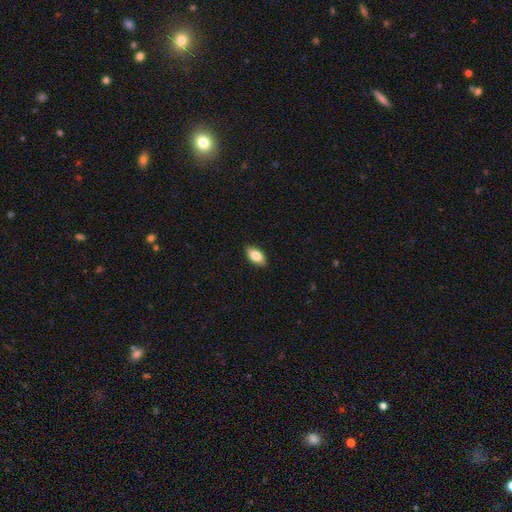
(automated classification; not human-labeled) smooth-or-featured: smooth: 83% | featured or disk: 10% | star or artifact: 7%
  how-rounded: in between: 92% | cigar-shaped: 5% | round: 3%
  merging: none: 89% | minor disturbance: 8% | major disturbance: 2% | merger: 1%